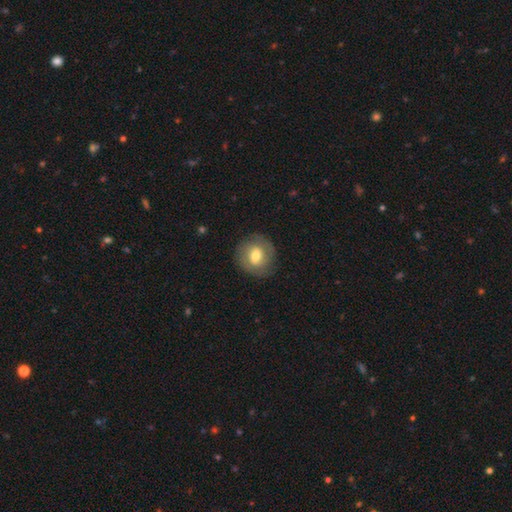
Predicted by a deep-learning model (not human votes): This is possibly a smooth galaxy (53%). How rounded: clearly round (81%). Merging: clearly none (83%).